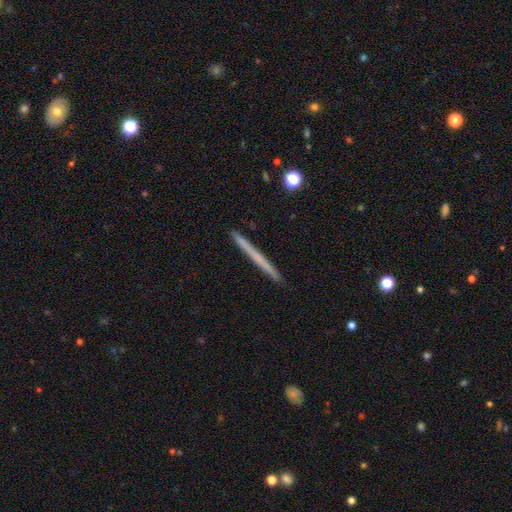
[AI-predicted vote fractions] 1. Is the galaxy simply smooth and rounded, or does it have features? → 52% smooth, 42% featured or disk, 6% star or artifact.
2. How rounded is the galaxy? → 97% cigar-shaped, 1% in between, 1% round.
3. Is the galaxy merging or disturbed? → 93% none, 5% minor disturbance, 1% major disturbance, 1% merger.